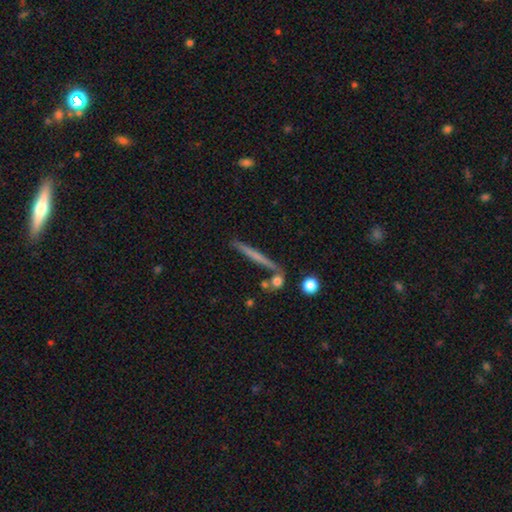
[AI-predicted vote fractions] Smooth or featured: featured or disk — 46% (tied with smooth — 46%)
Merging: none — 81% (minor disturbance — 9%)